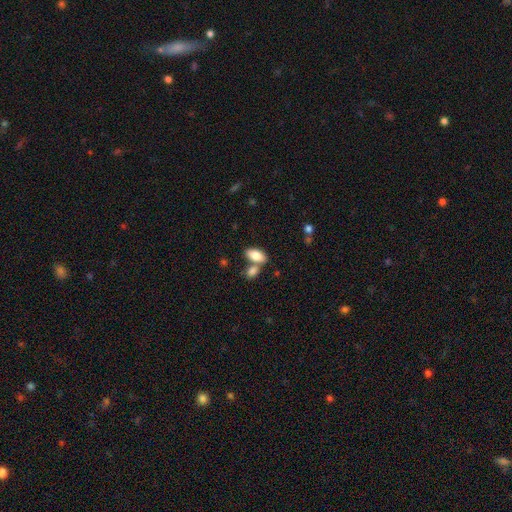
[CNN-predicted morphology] smooth 84%, featured or disk 10%, star or artifact 7%. Down the decision tree: how rounded — in between (92%); merging — none (55%).